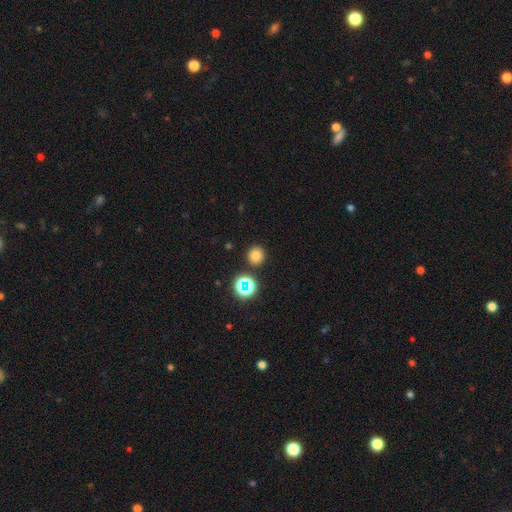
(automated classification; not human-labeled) This is likely a smooth galaxy (77%). How rounded: clearly round (93%). Merging: clearly none (88%).